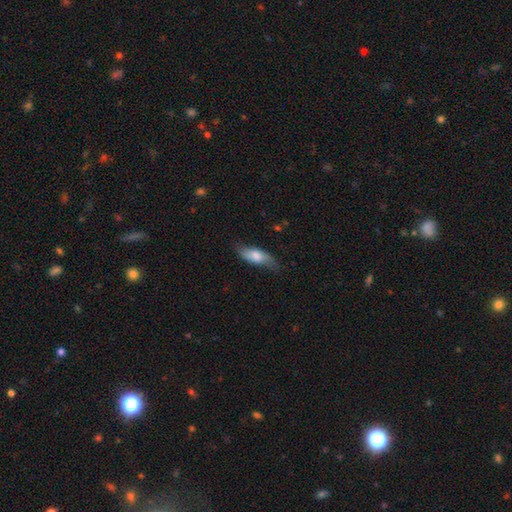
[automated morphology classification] Smooth or featured?
  - smooth: 60% *
  - featured or disk: 33%
  - star or artifact: 7%
How rounded?
  - in between: 68% *
  - cigar-shaped: 29%
  - round: 3%
Merging?
  - none: 61% *
  - minor disturbance: 28%
  - major disturbance: 9%
  - merger: 2%